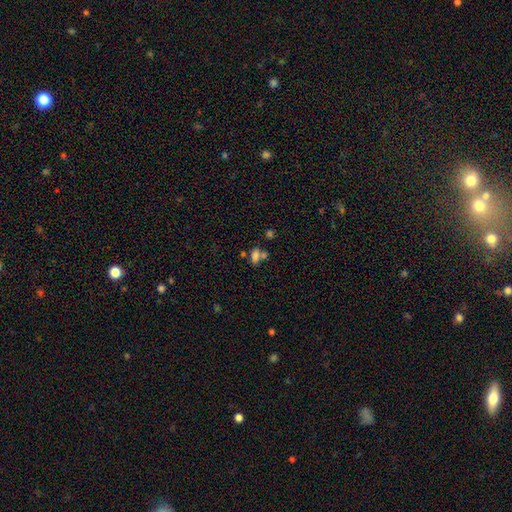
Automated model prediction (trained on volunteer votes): This is likely a smooth galaxy (72%). How rounded: clearly in between (81%). Merging: marginally none (42%).